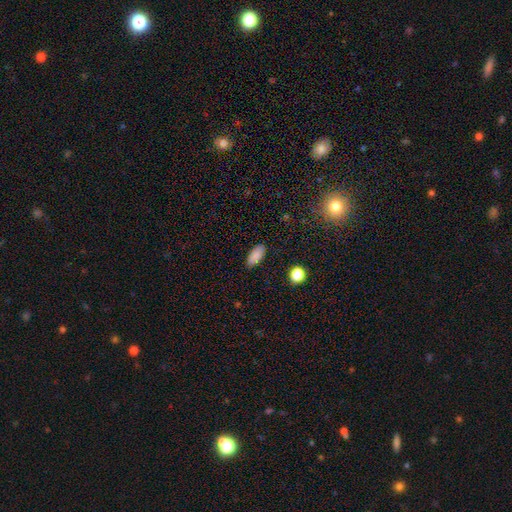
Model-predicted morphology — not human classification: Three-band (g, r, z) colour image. It shows a smooth galaxy with no disk features (86%) that is in between round and cigar-shaped (87%). Merging: none (87%).